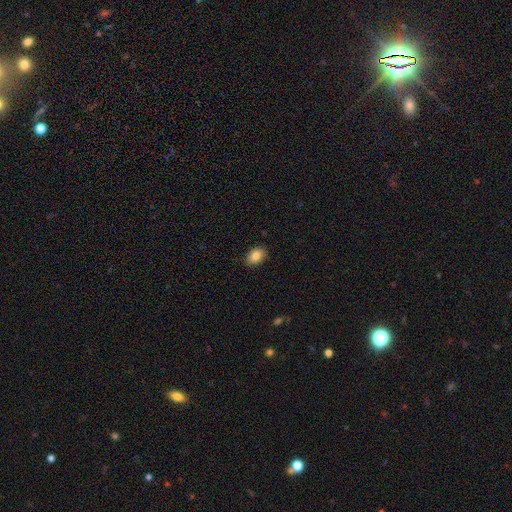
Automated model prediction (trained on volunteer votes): This is clearly a smooth galaxy (85%). How rounded: clearly in between (82%). Merging: clearly none (88%).